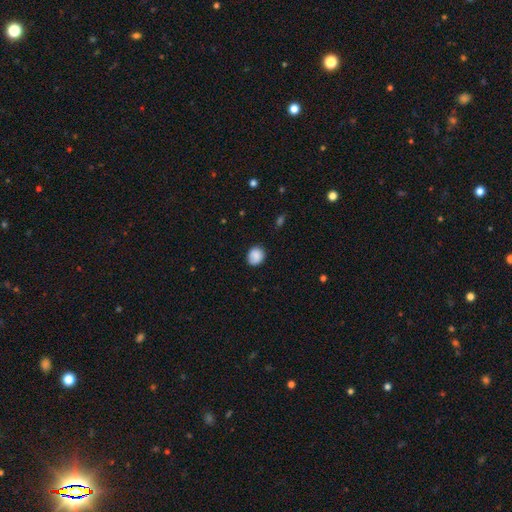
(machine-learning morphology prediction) smooth-or-featured: smooth: 86% | star or artifact: 8% | featured or disk: 7%
  how-rounded: round: 69% | in between: 30% | cigar-shaped: 1%
  merging: none: 80% | minor disturbance: 16% | major disturbance: 3% | merger: 1%